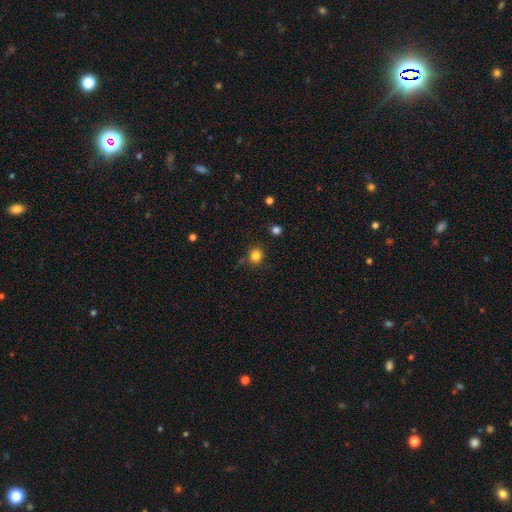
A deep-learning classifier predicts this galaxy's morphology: A smooth galaxy with no disk features (83%) that is round (82%). Merging: none (82%).